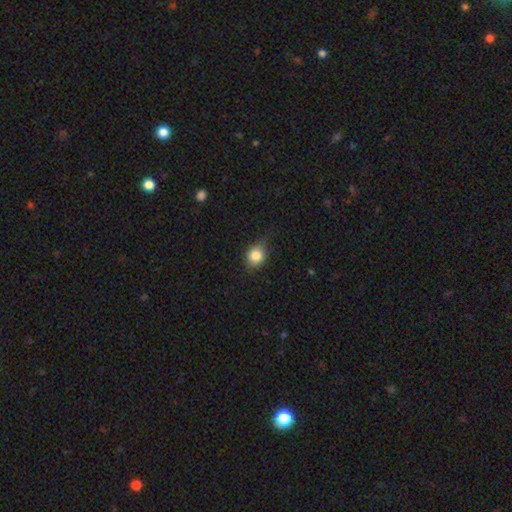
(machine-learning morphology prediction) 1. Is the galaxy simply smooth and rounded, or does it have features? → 81% smooth, 10% star or artifact, 9% featured or disk.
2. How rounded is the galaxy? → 67% round, 32% in between, 1% cigar-shaped.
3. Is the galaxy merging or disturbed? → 69% none, 25% minor disturbance, 5% major disturbance, 1% merger.